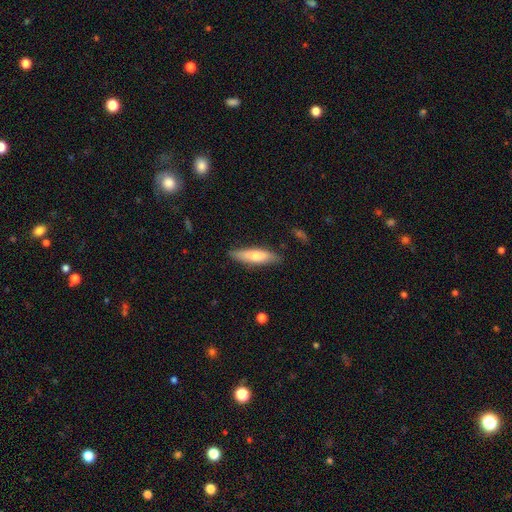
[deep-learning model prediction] Smooth or featured? smooth (66%)
How rounded? cigar-shaped (70%)
Merging? none (85%)